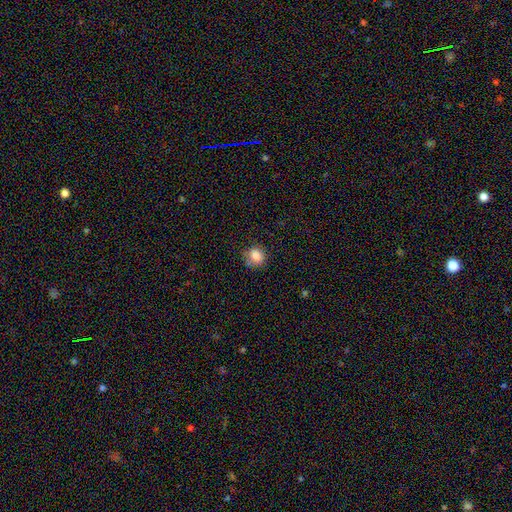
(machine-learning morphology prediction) smooth-or-featured: smooth: 83% | star or artifact: 11% | featured or disk: 6%
  how-rounded: round: 65% | in between: 33% | cigar-shaped: 1%
  merging: none: 68% | minor disturbance: 21% | major disturbance: 6% | merger: 5%